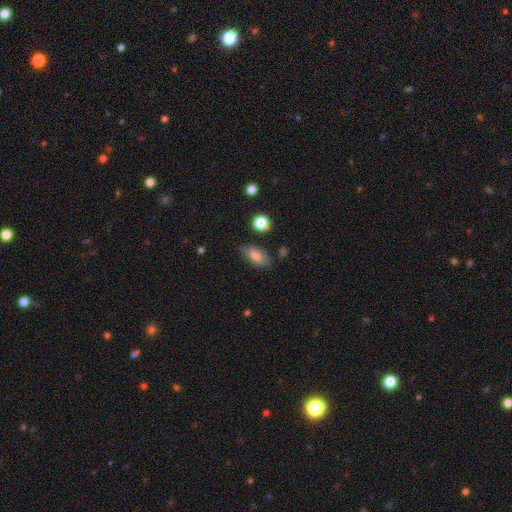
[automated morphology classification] This is likely a smooth galaxy (73%). How rounded: clearly in between (86%). Merging: likely none (69%).